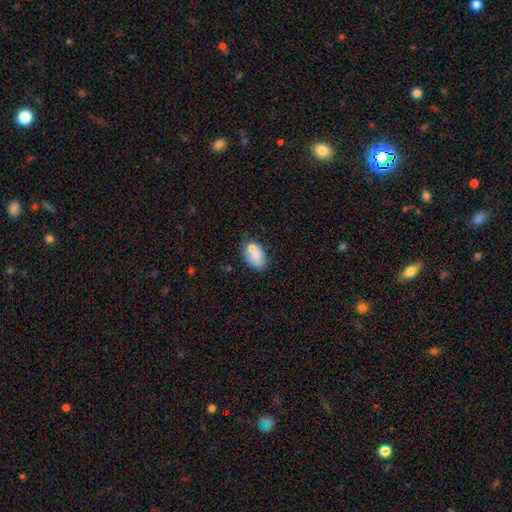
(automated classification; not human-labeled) Q: Smooth or featured?
A: smooth (71%); runner-up: featured or disk (21%)
Q: How rounded?
A: in between (84%); runner-up: round (15%)
Q: Merging?
A: none (46%); runner-up: merger (29%)